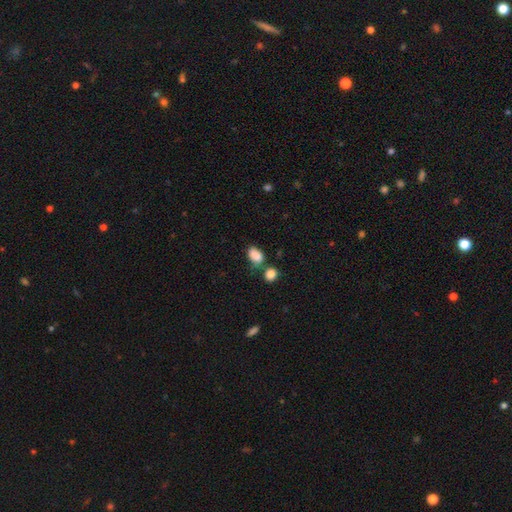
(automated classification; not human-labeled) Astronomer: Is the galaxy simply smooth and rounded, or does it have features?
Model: smooth — 86%.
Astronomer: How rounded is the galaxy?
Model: in between — 85%.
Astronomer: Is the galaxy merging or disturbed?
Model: none — 48% (runner-up: merger, 25%).